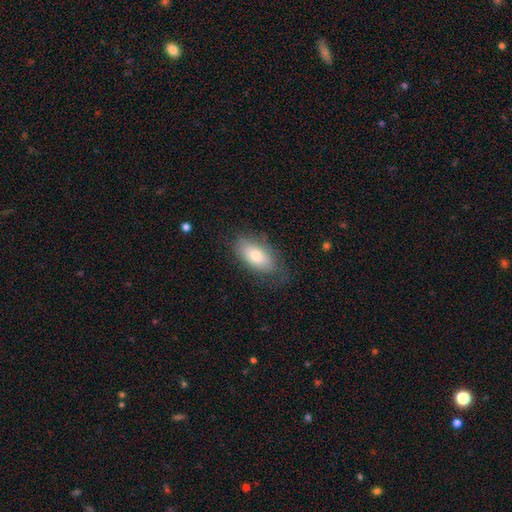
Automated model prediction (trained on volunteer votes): Smooth or featured? Predicted: smooth (p=0.72). How rounded? Predicted: in between (p=0.92). Merging? Predicted: none (p=0.71).